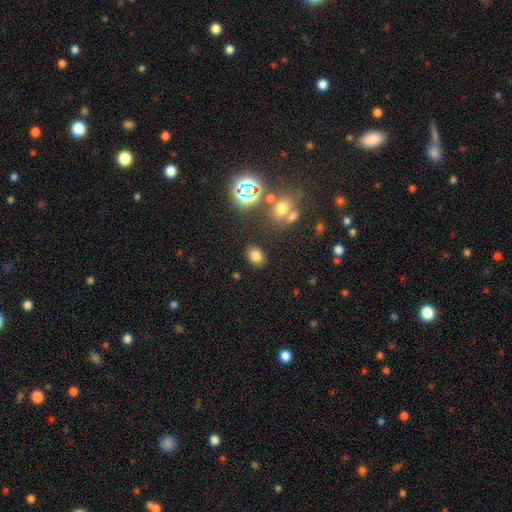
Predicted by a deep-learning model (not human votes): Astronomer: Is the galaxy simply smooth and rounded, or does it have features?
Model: smooth — 76%.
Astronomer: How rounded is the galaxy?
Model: in between — 62%.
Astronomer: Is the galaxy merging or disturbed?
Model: none — 83%.